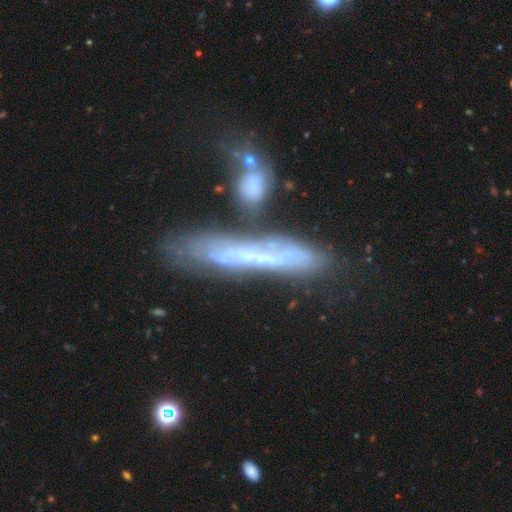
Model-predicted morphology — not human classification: A featured or disk galaxy (65%) viewed edge-on (60%). Merging: none (42%).